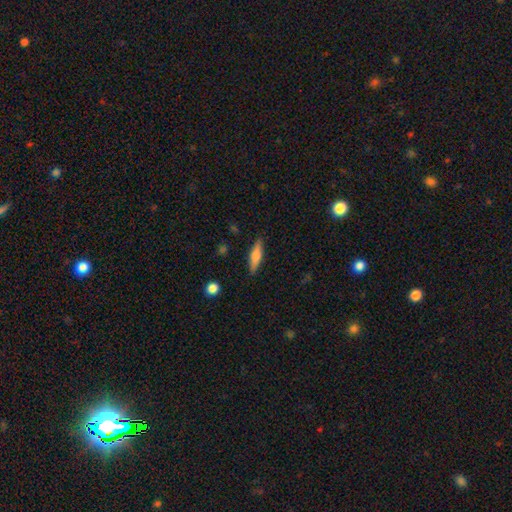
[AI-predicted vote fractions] smooth_or_featured: smooth (p=0.59) [alt: featured or disk p=0.34]
how_rounded: cigar-shaped (p=0.69) [alt: in between p=0.28]
merging: none (p=0.87) [alt: minor disturbance p=0.09]